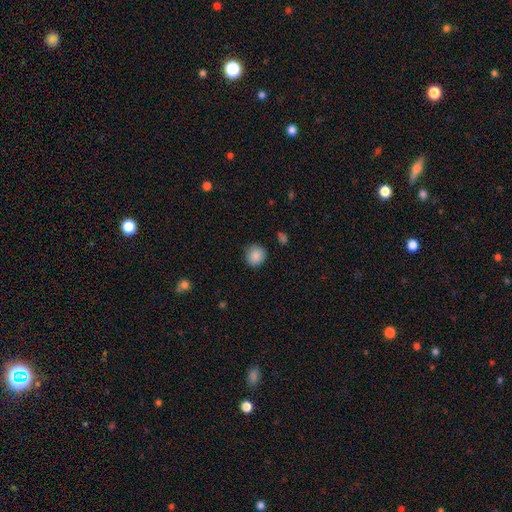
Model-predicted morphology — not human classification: A smooth galaxy with no disk features (88%) that is round (88%). Merging: none (85%).